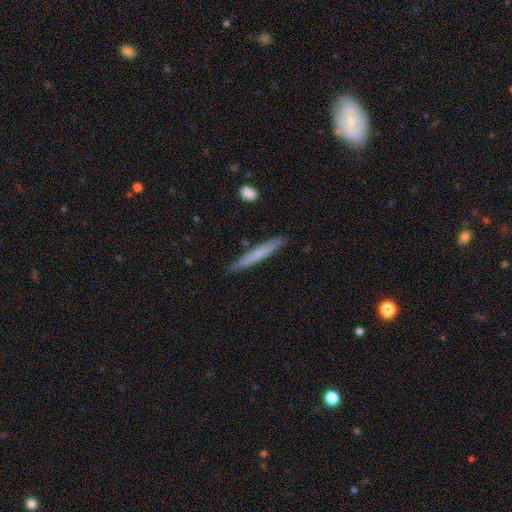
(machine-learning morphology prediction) Q: Smooth or featured?
A: smooth (63%); runner-up: featured or disk (31%)
Q: How rounded?
A: cigar-shaped (96%); runner-up: in between (3%)
Q: Merging?
A: none (86%); runner-up: minor disturbance (10%)